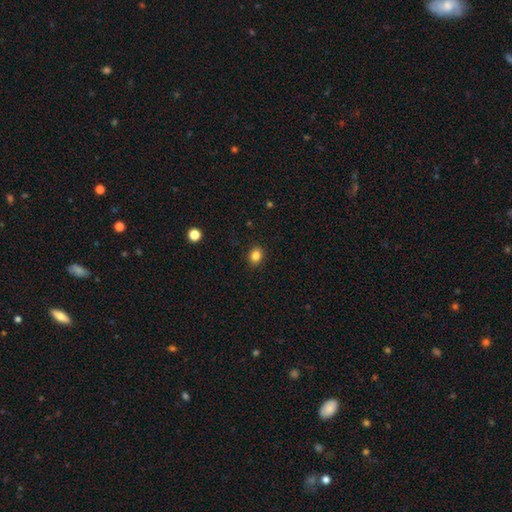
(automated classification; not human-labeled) The model was most divided on "how rounded": round: 51%, in between: 48%, cigar-shaped: 1%. More confident: merging — none (90%); smooth or featured — smooth (84%).